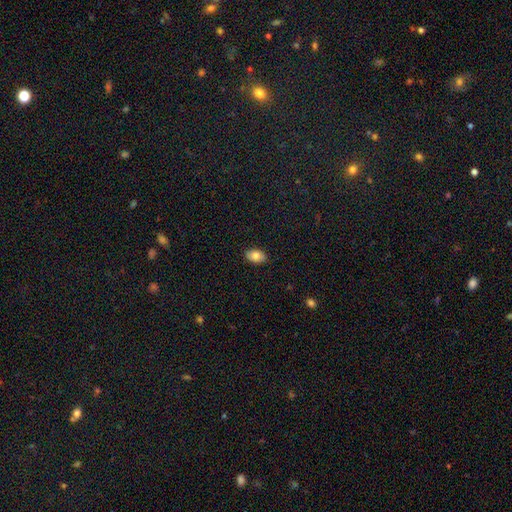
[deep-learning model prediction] A smooth galaxy with no disk features (81%) that is in between round and cigar-shaped (88%). Merging: none (88%).